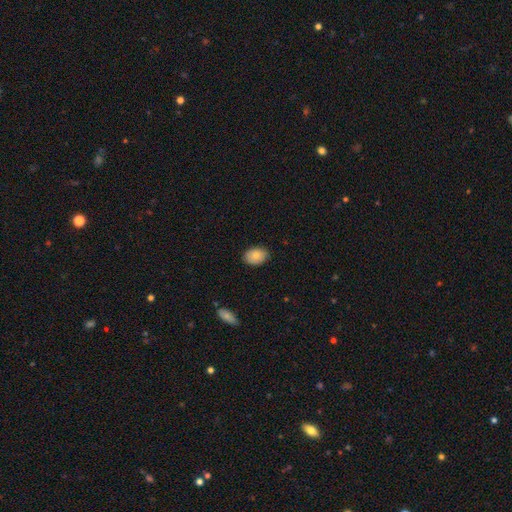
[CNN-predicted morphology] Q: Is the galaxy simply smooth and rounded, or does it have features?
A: smooth — 80%.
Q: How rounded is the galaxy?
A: in between — 79%.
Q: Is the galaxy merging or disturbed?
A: none — 84%.